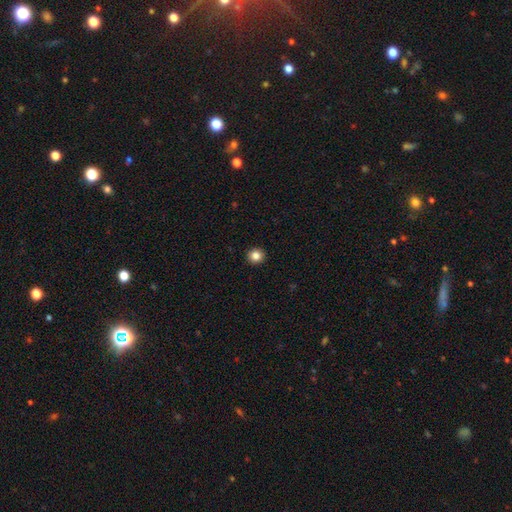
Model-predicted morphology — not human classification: smooth 84%, star or artifact 11%, featured or disk 5%. Down the decision tree: how rounded — round (92%); merging — none (93%).